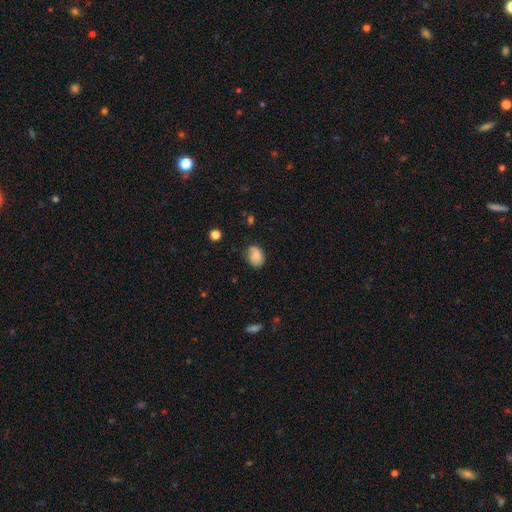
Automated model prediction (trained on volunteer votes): Overall: smooth (74%). How rounded: in between (69%; round 30%). Merging: none (63%; minor disturbance 27%).